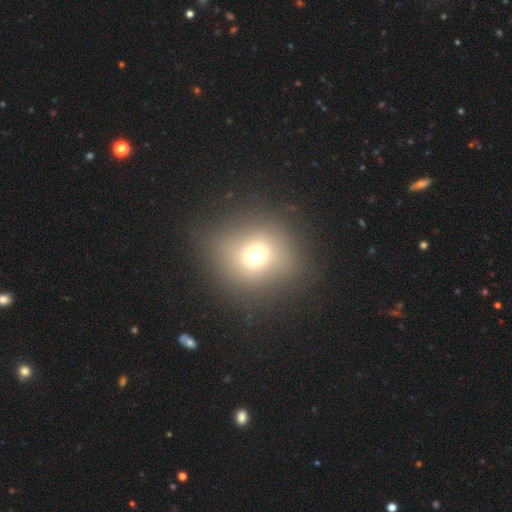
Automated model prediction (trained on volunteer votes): Smooth or featured: smooth — 67% (star or artifact — 19%)
How rounded: round — 85% (in between — 14%)
Merging: none — 81% (minor disturbance — 11%)